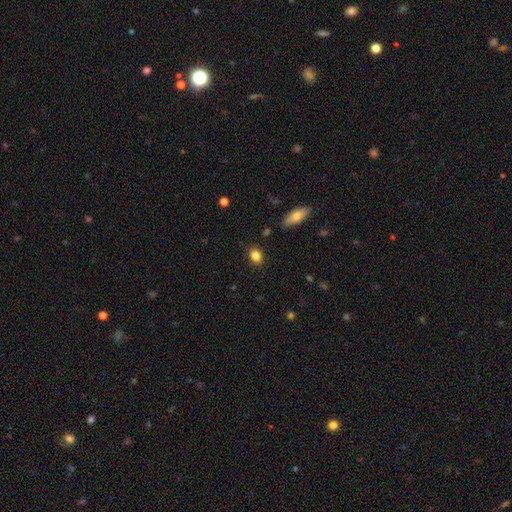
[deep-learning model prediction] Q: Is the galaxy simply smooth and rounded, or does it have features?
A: smooth — 84%.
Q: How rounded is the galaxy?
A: in between — 52%.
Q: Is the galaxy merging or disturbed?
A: none — 87%.